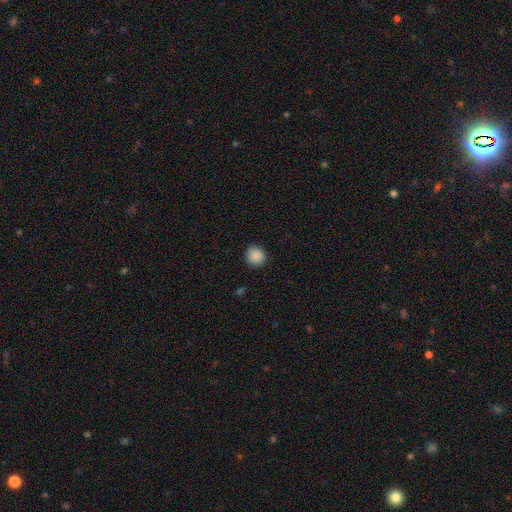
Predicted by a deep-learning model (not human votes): smooth_or_featured: smooth (p=0.89) [alt: star or artifact p=0.09]
how_rounded: round (p=0.91) [alt: in between p=0.08]
merging: none (p=0.88) [alt: minor disturbance p=0.09]